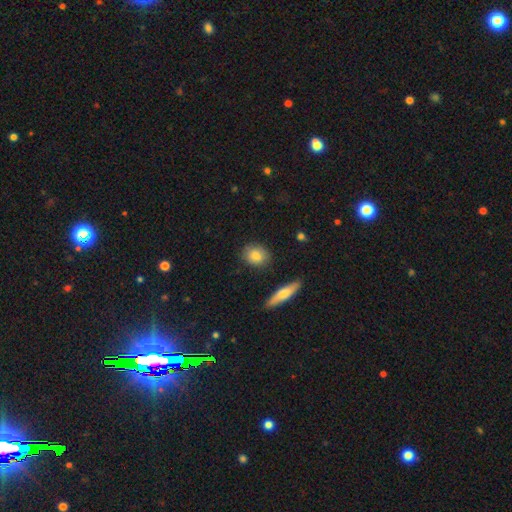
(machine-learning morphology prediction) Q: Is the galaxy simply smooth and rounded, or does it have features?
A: smooth — 83%.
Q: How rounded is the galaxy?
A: round — 52%.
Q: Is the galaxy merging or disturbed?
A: none — 84%.